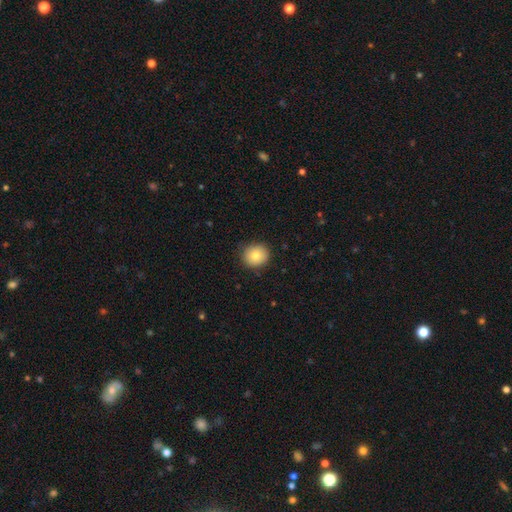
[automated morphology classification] smooth_or_featured: smooth (p=0.80) [alt: featured or disk p=0.10]
how_rounded: round (p=0.87) [alt: in between p=0.12]
merging: none (p=0.87) [alt: minor disturbance p=0.10]